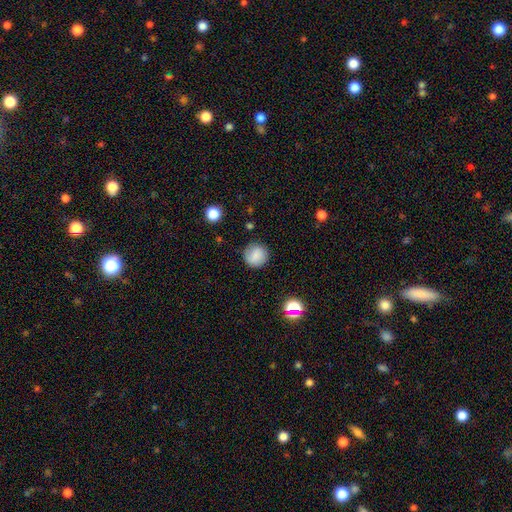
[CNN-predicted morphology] This appears to be a smooth galaxy with no disk features (79%) that is round (92%). Merging: none (82%).